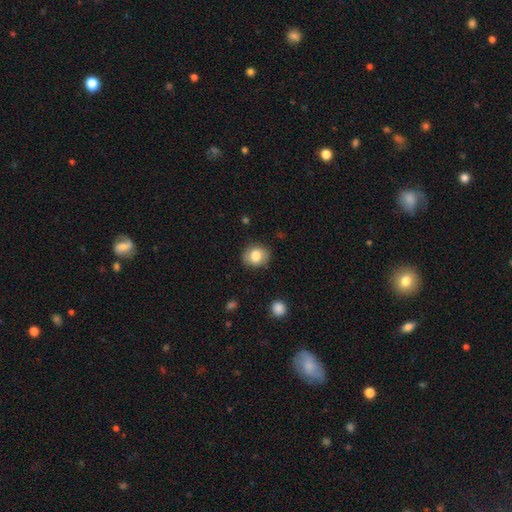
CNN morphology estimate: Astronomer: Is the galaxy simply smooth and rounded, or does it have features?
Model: smooth — 81%.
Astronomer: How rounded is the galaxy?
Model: round — 61% (runner-up: in between, 38%).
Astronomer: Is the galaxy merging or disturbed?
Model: none — 85%.